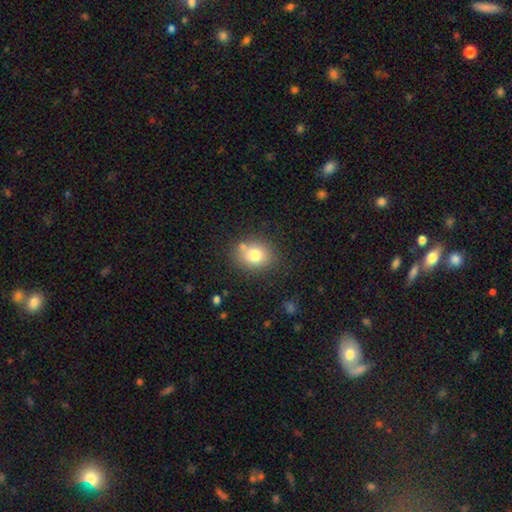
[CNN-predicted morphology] Smooth or featured? Predicted: smooth (p=0.78). How rounded? Predicted: round (p=0.63). Merging? Predicted: none (p=0.74).